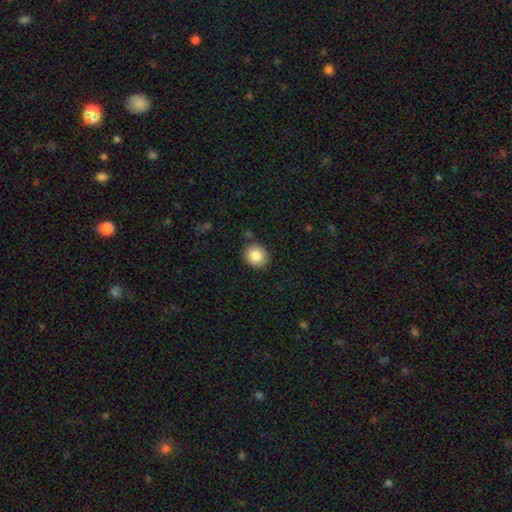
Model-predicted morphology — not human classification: A smooth galaxy with no disk features (86%) that is round (75%).

Vote fractions:
- Smooth or featured? smooth: 86% / star or artifact: 8% / featured or disk: 6%
- How rounded? round: 75% / in between: 24% / cigar-shaped: 1%
- Merging? none: 86% / minor disturbance: 9% / merger: 3% / major disturbance: 2%